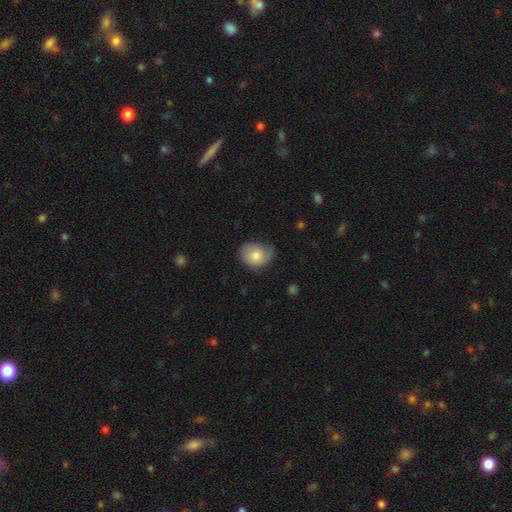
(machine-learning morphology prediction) Smooth or featured? Predicted: smooth (p=0.69). How rounded? Predicted: in between (p=0.50). Merging? Predicted: none (p=0.49).